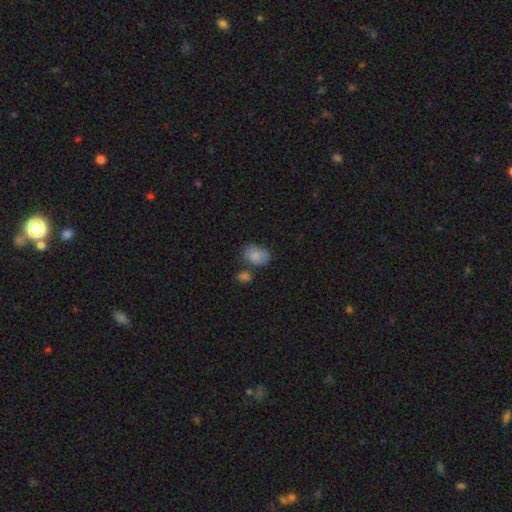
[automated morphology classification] This is clearly a smooth galaxy (84%). How rounded: likely in between (75%). Merging: possibly none (55%).